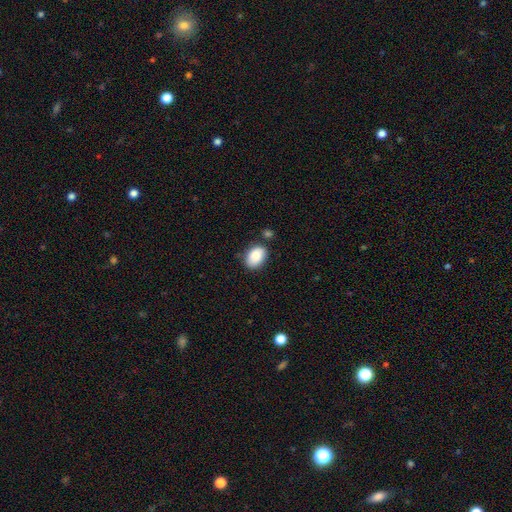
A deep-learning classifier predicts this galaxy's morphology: Smooth or featured: smooth — 88% (star or artifact — 7%)
How rounded: in between — 85% (round — 14%)
Merging: none — 76% (minor disturbance — 15%)